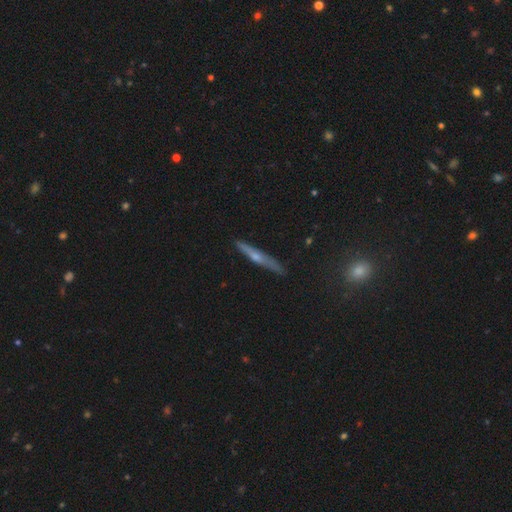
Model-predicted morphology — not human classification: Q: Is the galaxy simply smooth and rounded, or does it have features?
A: featured or disk — 62%.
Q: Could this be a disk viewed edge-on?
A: yes — 96%.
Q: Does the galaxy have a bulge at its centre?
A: rounded — 78%.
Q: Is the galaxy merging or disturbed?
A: none — 88%.